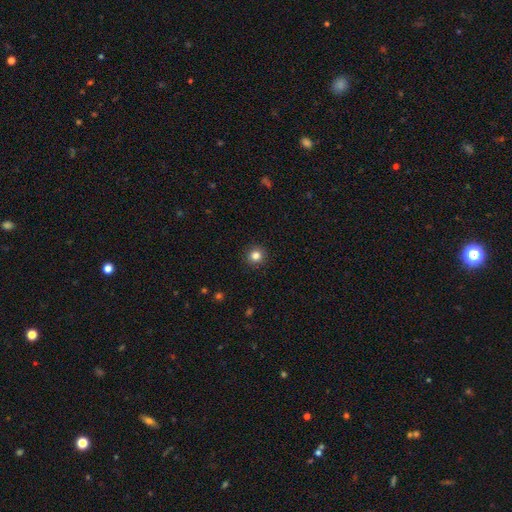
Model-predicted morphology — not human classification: A smooth galaxy with no disk features (83%) that is round (93%). Merging: none (92%).